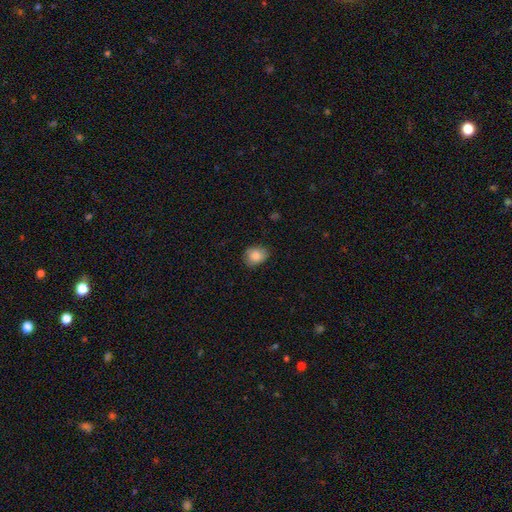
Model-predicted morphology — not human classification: Smooth or featured?
  - smooth: 86% *
  - star or artifact: 8%
  - featured or disk: 6%
How rounded?
  - round: 50% *
  - in between: 49%
  - cigar-shaped: 1%
Merging?
  - none: 78% *
  - minor disturbance: 18%
  - major disturbance: 3%
  - merger: 1%